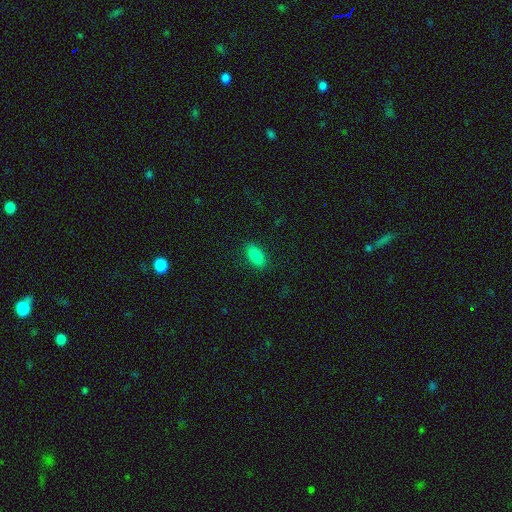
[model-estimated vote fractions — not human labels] smooth 87%, star or artifact 8%, featured or disk 4%. Down the decision tree: how rounded — in between (90%); merging — none (88%).